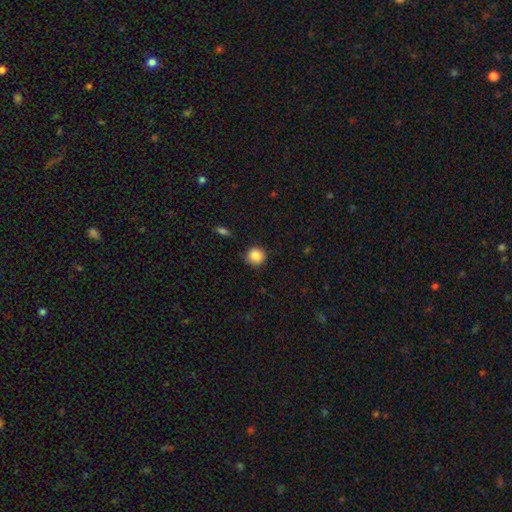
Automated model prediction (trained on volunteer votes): This is clearly a smooth galaxy (86%). How rounded: clearly round (92%). Merging: clearly none (88%).